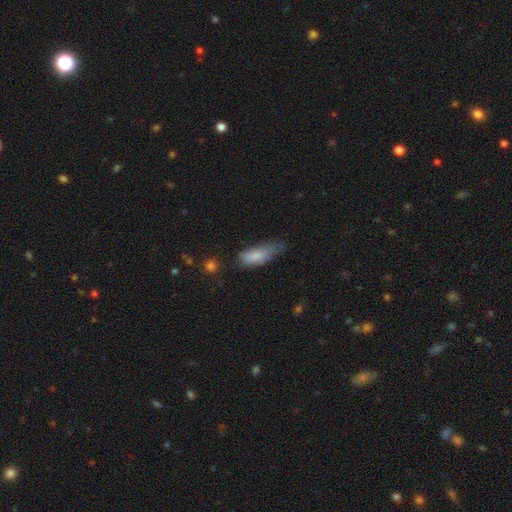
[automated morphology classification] Smooth or featured: smooth — 81% (featured or disk — 12%)
How rounded: in between — 70% (cigar-shaped — 28%)
Merging: minor disturbance — 47% (none — 28%)